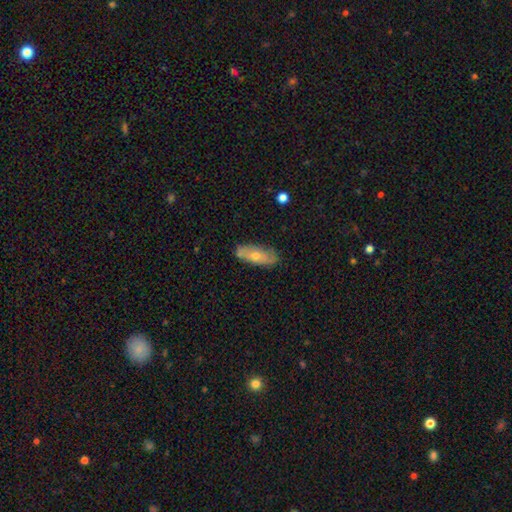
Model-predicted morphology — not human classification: smooth_or_featured: smooth (p=0.51) [alt: featured or disk p=0.42]
how_rounded: in between (p=0.65) [alt: cigar-shaped p=0.32]
merging: none (p=0.81) [alt: minor disturbance p=0.15]